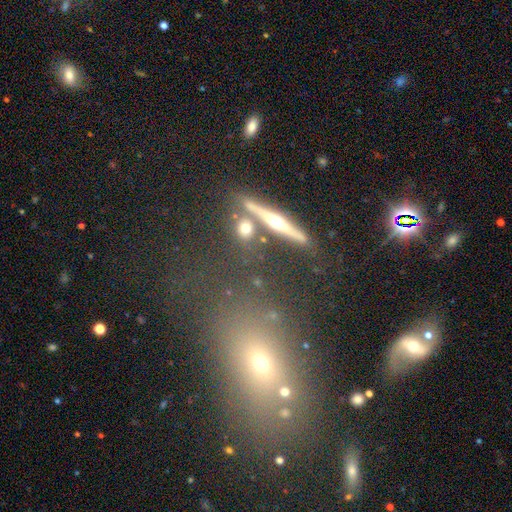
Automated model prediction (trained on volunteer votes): This appears to be a featured or disk galaxy (37%). Merging: none (70%).